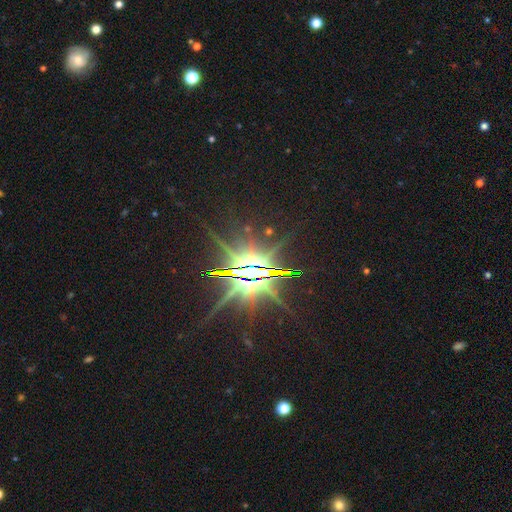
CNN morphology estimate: smooth_or_featured: star or artifact (p=0.84) [alt: featured or disk p=0.11]